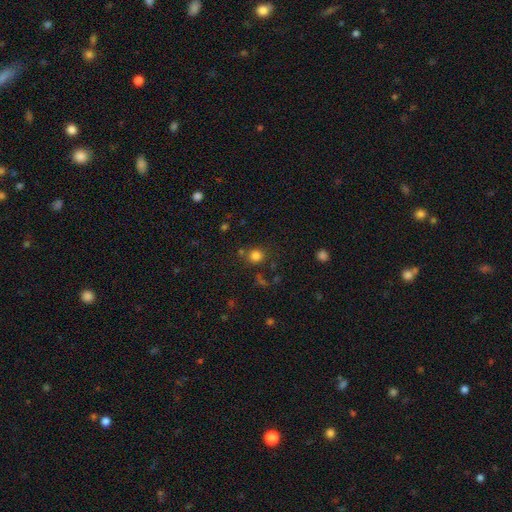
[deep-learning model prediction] This appears to be a smooth galaxy with no disk features (80%) that is round (84%). Merging: none (76%).